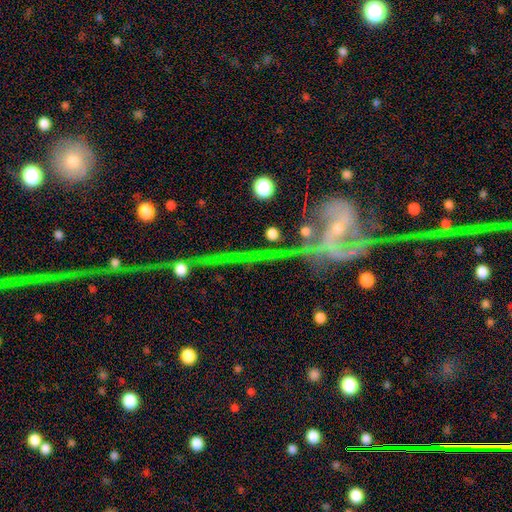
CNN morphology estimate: Smooth or featured? featured or disk (70%)
Edge-on disk? no (80%)
Bar? no (41%)
Spiral arms? yes (74%)
Bulge size? small (65%)
Merging? none (35%)